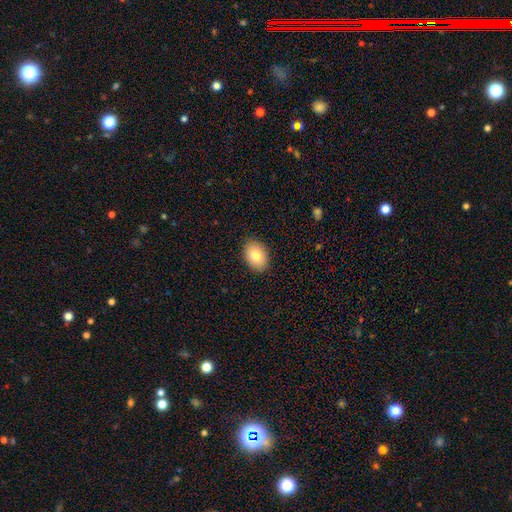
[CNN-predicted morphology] This appears to be a smooth galaxy with no disk features (81%) that is in between round and cigar-shaped (80%). Merging: none (89%).